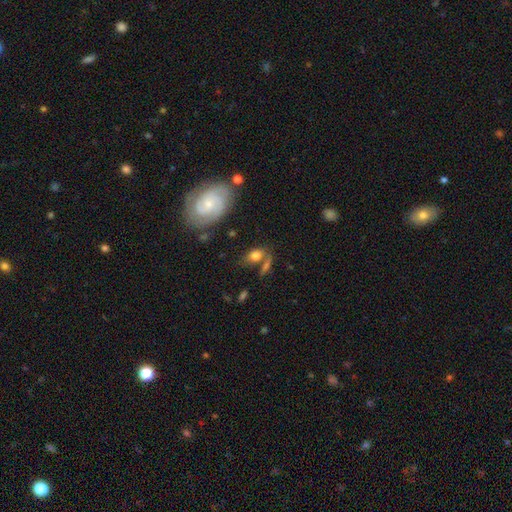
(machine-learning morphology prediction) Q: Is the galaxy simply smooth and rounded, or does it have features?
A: smooth — 69%.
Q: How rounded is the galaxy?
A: in between — 78%.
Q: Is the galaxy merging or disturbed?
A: none — 52%.